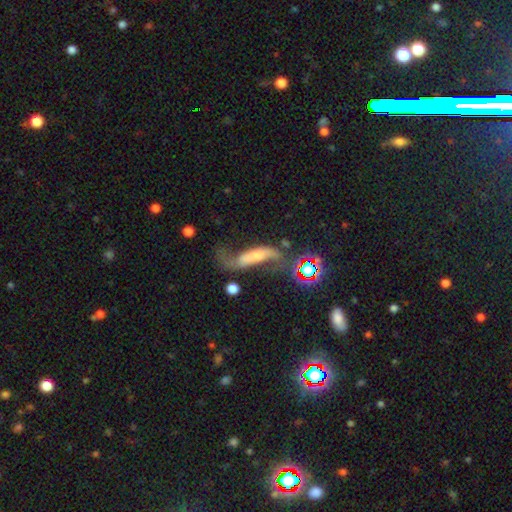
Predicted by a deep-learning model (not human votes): A featured or disk galaxy (67%) with no bar (41%), spiral arms (85%) and a small central bulge (45%). Merging: none (39%).